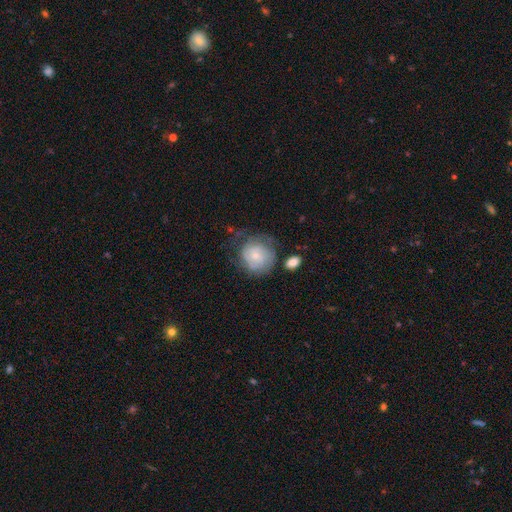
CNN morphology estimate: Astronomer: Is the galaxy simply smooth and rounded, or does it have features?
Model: smooth — 50% (runner-up: featured or disk, 42%).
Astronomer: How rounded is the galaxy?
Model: round — 85%.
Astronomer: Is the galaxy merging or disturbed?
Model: none — 54%.